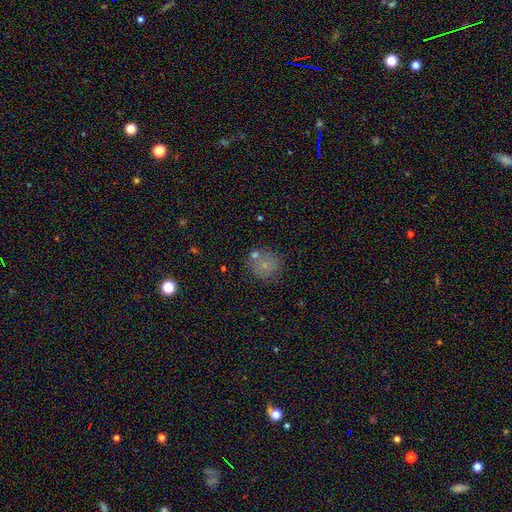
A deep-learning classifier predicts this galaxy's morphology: smooth-or-featured: smooth: 68% | featured or disk: 17% | star or artifact: 15%
  how-rounded: round: 88% | in between: 11% | cigar-shaped: 1%
  merging: none: 68% | minor disturbance: 14% | merger: 12% | major disturbance: 5%